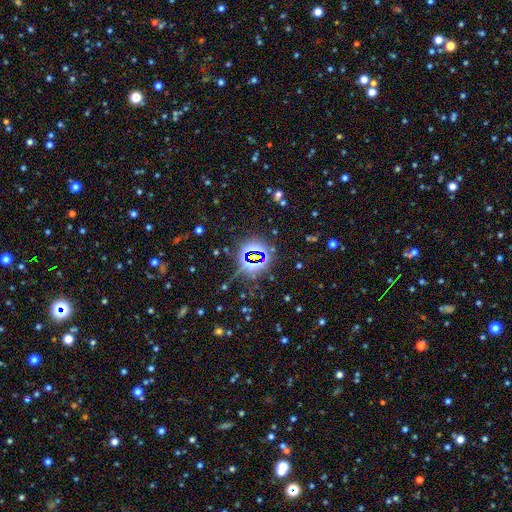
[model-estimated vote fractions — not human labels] smooth-or-featured: star or artifact: 78% | smooth: 13% | featured or disk: 9%